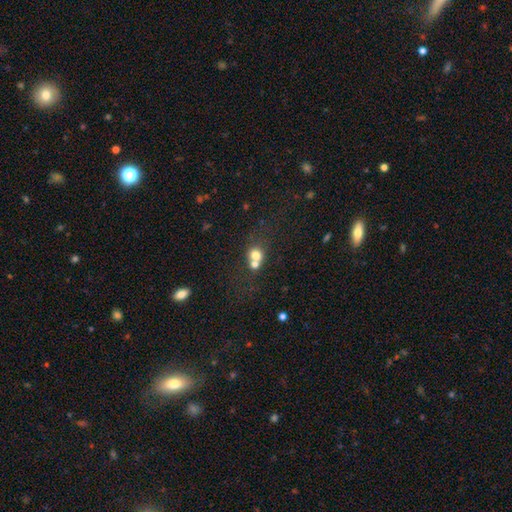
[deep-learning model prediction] The model was most divided on "merging": merger: 54%, none: 34%, minor disturbance: 7%, major disturbance: 4%. More confident: how rounded — round (76%); smooth or featured — smooth (73%).